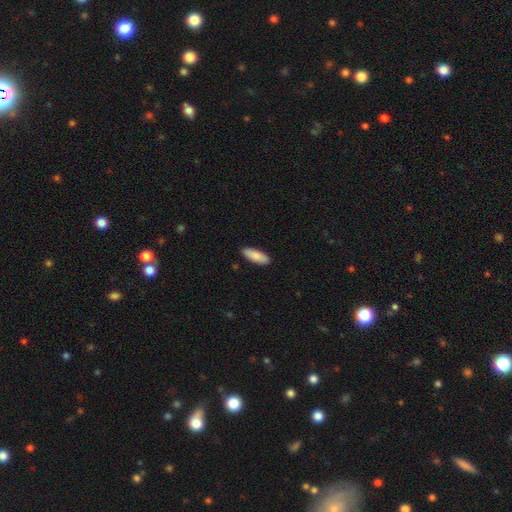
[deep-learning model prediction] smooth_or_featured: smooth (p=0.86) [alt: featured or disk p=0.08]
how_rounded: in between (p=0.69) [alt: cigar-shaped p=0.29]
merging: none (p=0.89) [alt: minor disturbance p=0.09]